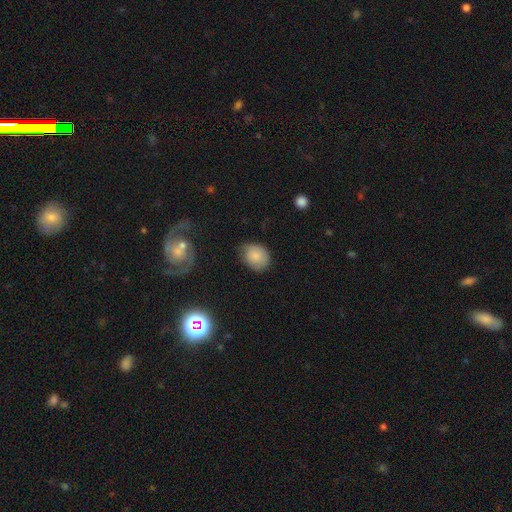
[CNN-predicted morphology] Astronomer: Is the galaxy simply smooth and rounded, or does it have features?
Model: smooth — 81%.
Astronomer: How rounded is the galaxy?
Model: round — 53% (runner-up: in between, 46%).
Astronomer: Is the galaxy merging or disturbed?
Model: none — 62%.